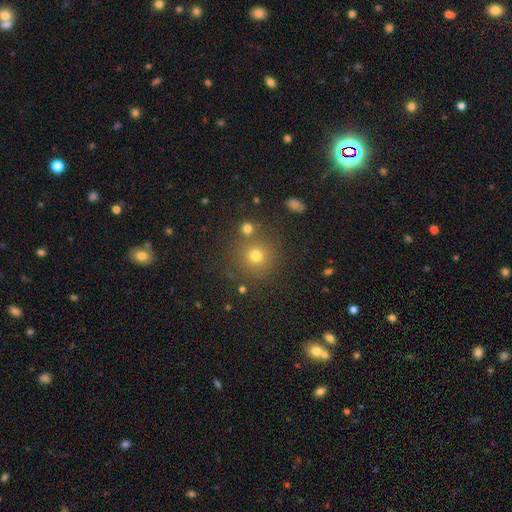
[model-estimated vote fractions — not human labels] Smooth or featured?
  - smooth: 73% *
  - star or artifact: 19%
  - featured or disk: 8%
How rounded?
  - round: 93% *
  - in between: 6%
  - cigar-shaped: 1%
Merging?
  - none: 79% *
  - merger: 9%
  - minor disturbance: 8%
  - major disturbance: 3%